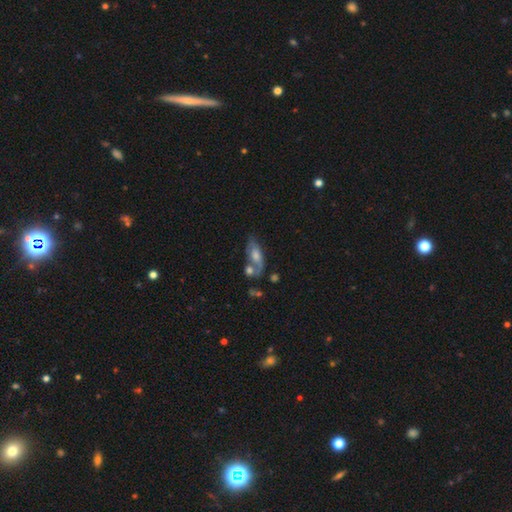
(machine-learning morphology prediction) The model was most divided on "merging": none: 40%, merger: 30%, minor disturbance: 17%, major disturbance: 13%. More confident: edge-on disk — no (73%); smooth or featured — featured or disk (51%).